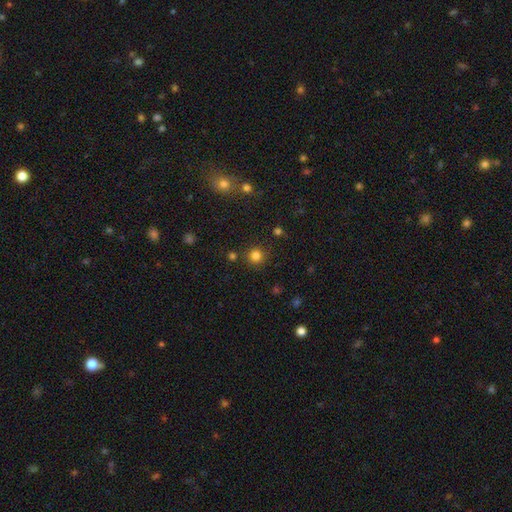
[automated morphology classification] A smooth galaxy with no disk features (81%) that is round (94%).

Vote fractions:
- Smooth or featured? smooth: 81% / star or artifact: 15% / featured or disk: 5%
- How rounded? round: 94% / in between: 5% / cigar-shaped: 1%
- Merging? none: 87% / minor disturbance: 7% / merger: 4% / major disturbance: 2%